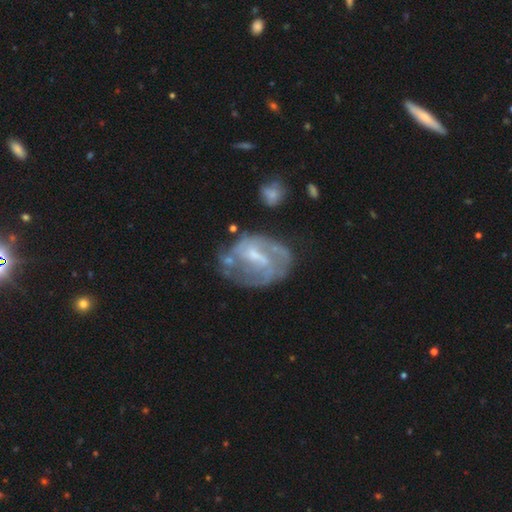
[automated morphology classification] type=featured or disk (76%); edge-on=no (97%); bar=weak (54%); spiral arms=yes (76%); winding=medium (42%); arm count=2 (38%); bulge=small (45%); merging=none (51%).